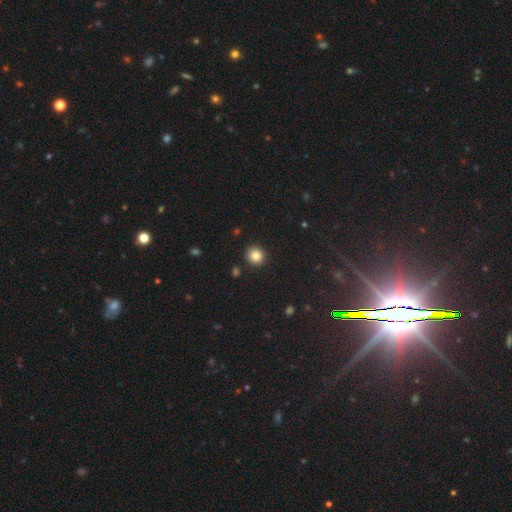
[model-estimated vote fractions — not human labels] Morphology: type=smooth (84%); roundness=round (88%); merging=none (90%).